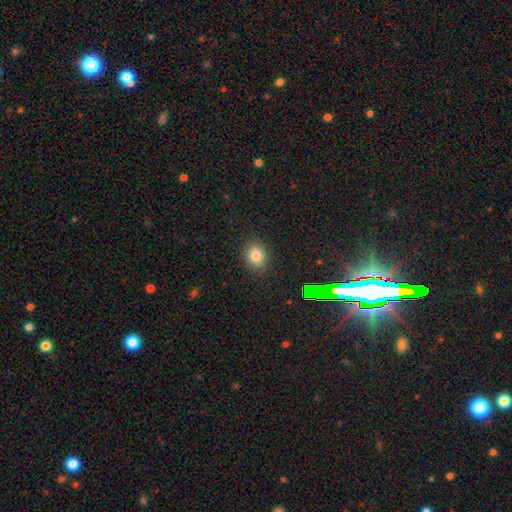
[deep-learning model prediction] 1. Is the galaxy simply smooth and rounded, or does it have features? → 80% smooth, 13% star or artifact, 7% featured or disk.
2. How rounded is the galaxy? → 52% in between, 47% round, 1% cigar-shaped.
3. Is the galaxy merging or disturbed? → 87% none, 9% minor disturbance, 3% major disturbance, 1% merger.